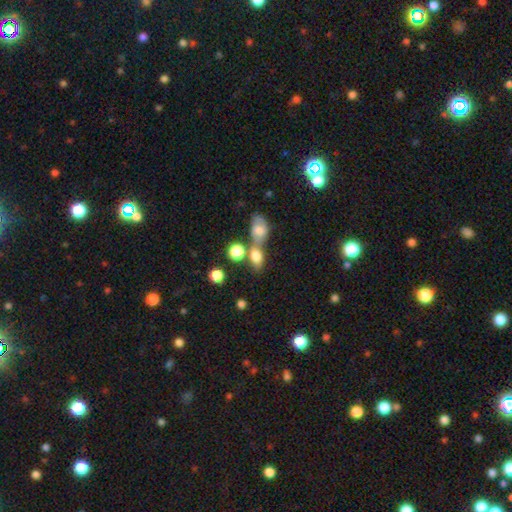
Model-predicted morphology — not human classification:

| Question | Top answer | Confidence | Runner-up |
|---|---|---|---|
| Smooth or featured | smooth | 75% | featured or disk (13%) |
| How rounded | in between | 71% | round (24%) |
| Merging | merger | 48% | none (35%) |